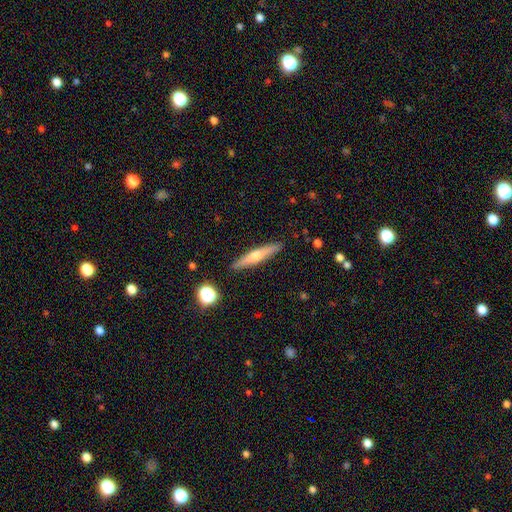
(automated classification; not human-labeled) This is possibly a featured or disk galaxy (53%). It is clearly viewed edge-on (95%). Merging: clearly none (90%).